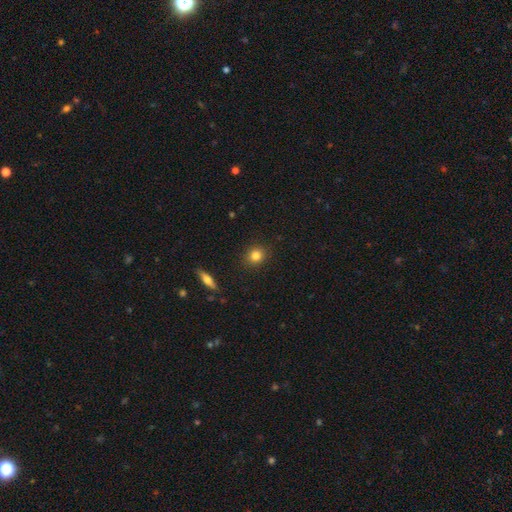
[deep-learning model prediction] A smooth galaxy with no disk features (82%) that is round (77%).

Vote fractions:
- Smooth or featured? smooth: 82% / star or artifact: 10% / featured or disk: 7%
- How rounded? round: 77% / in between: 21% / cigar-shaped: 2%
- Merging? none: 90% / minor disturbance: 7% / major disturbance: 2% / merger: 1%